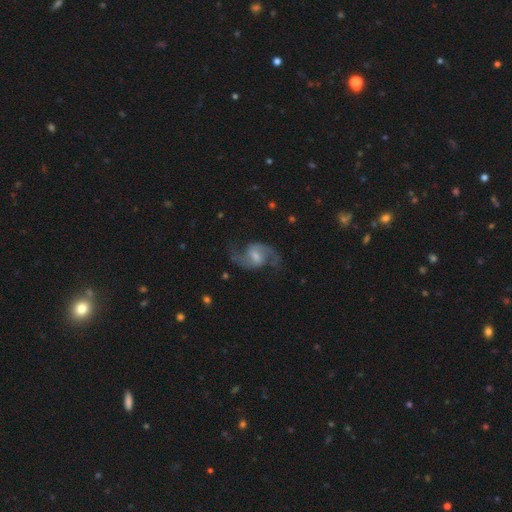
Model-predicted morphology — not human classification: The model was most divided on "bulge size": moderate: 44%, small: 35%, none: 11%, large: 8%, dominant: 1%. More confident: edge-on disk — no (98%); spiral arms — yes (97%); spiral arm count — 2 (94%); smooth or featured — featured or disk (87%); merging — none (75%); bar — weak (57%); spiral winding — loose (53%).